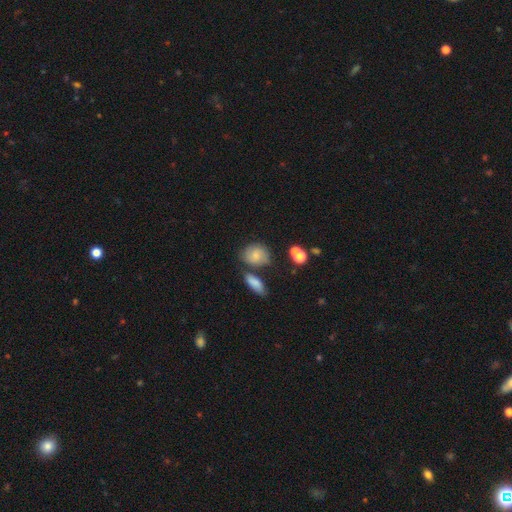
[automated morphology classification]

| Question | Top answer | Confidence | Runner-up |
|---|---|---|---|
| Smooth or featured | smooth | 69% | featured or disk (20%) |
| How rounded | round | 51% | in between (47%) |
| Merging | none | 60% | minor disturbance (20%) |